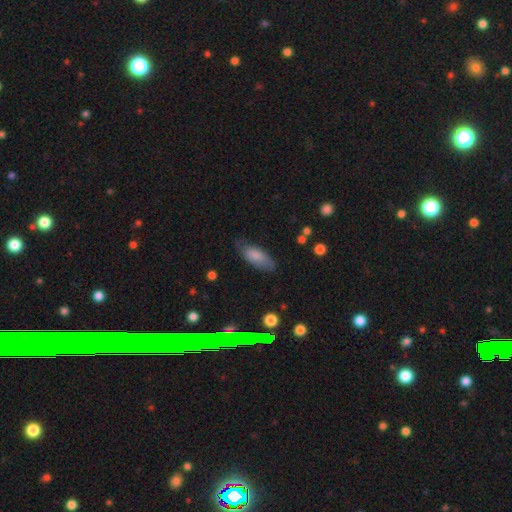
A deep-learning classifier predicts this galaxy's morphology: Smooth or featured: smooth — 79% (featured or disk — 15%)
How rounded: in between — 81% (cigar-shaped — 17%)
Merging: none — 67% (minor disturbance — 25%)